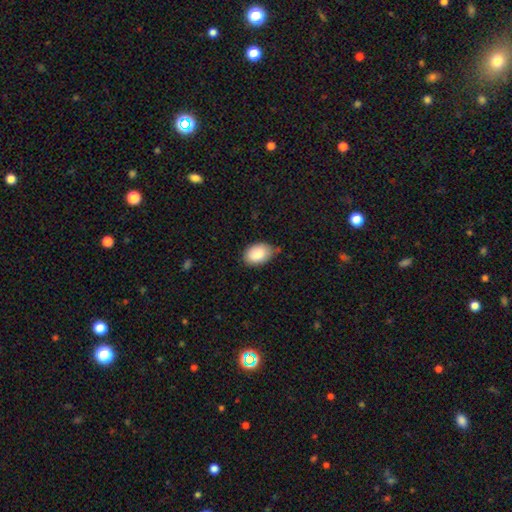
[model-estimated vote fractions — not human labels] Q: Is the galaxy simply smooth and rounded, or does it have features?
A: smooth — 86%.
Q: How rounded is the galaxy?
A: in between — 89%.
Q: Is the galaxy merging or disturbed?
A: none — 73%.